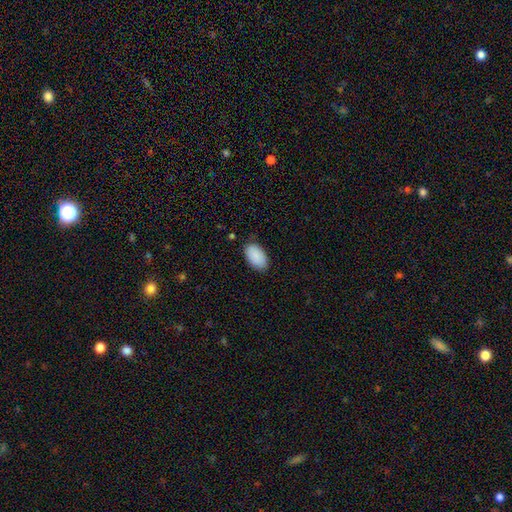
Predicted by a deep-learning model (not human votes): smooth 90%, star or artifact 6%, featured or disk 4%. Down the decision tree: how rounded — in between (95%); merging — none (83%).